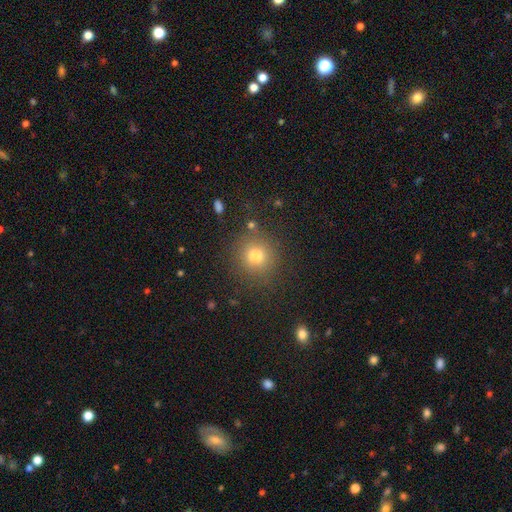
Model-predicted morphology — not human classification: Overall: smooth (76%). How rounded: round (87%). Merging: none (83%).